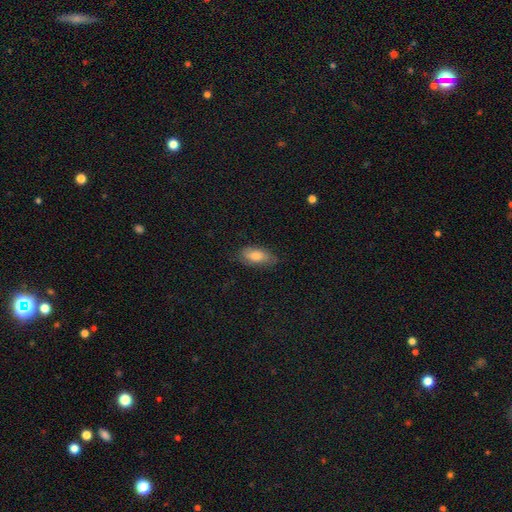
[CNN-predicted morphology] smooth-or-featured: smooth: 72% | featured or disk: 20% | star or artifact: 8%
  how-rounded: in between: 81% | cigar-shaped: 16% | round: 3%
  merging: none: 75% | minor disturbance: 20% | major disturbance: 4% | merger: 1%